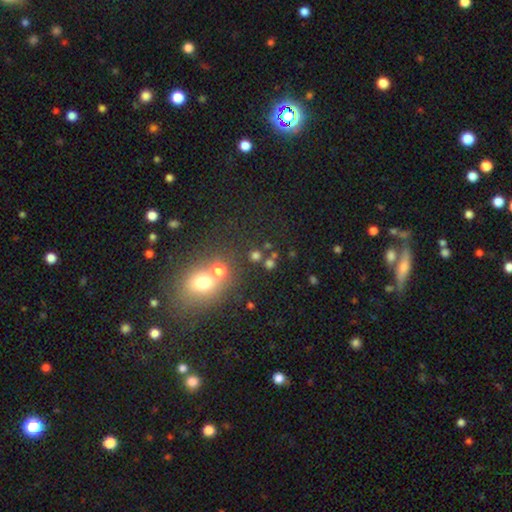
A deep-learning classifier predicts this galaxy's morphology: Smooth or featured?
  - smooth: 65% *
  - star or artifact: 25%
  - featured or disk: 11%
How rounded?
  - round: 83% *
  - in between: 15%
  - cigar-shaped: 2%
Merging?
  - none: 62% *
  - merger: 25%
  - minor disturbance: 7%
  - major disturbance: 5%